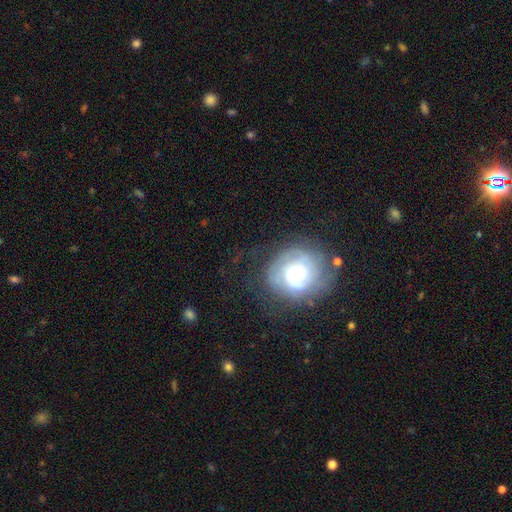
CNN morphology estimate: This appears to be a featured or disk galaxy (45%). Merging: none (73%).